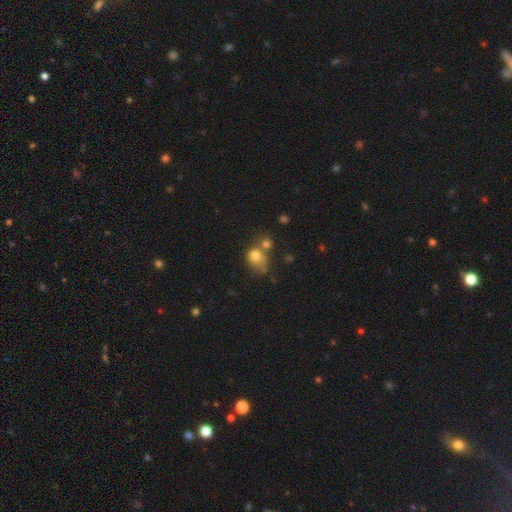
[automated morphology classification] Smooth or featured: smooth — 76% (featured or disk — 13%)
How rounded: round — 58% (in between — 41%)
Merging: merger — 39% (none — 32%)